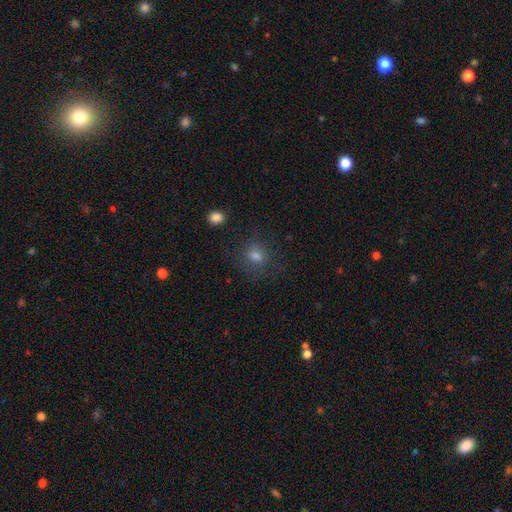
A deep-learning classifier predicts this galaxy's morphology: This is likely a smooth galaxy (74%). How rounded: likely round (76%). Merging: likely none (78%).